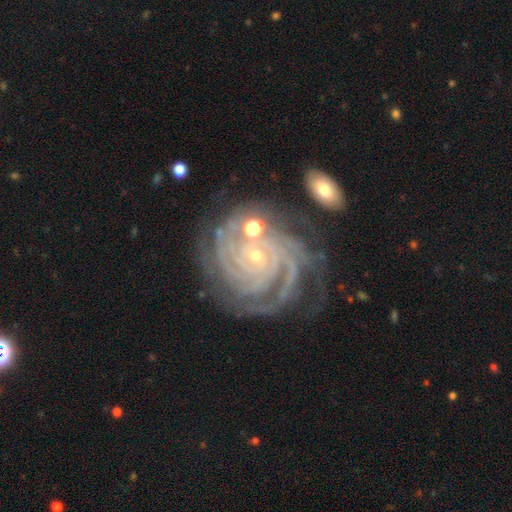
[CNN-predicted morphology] type=featured or disk (91%); edge-on=no (98%); bar=no (60%); spiral arms=yes (99%); winding=tight (83%); arm count=4 (34%); bulge=small (78%); merging=none (58%).